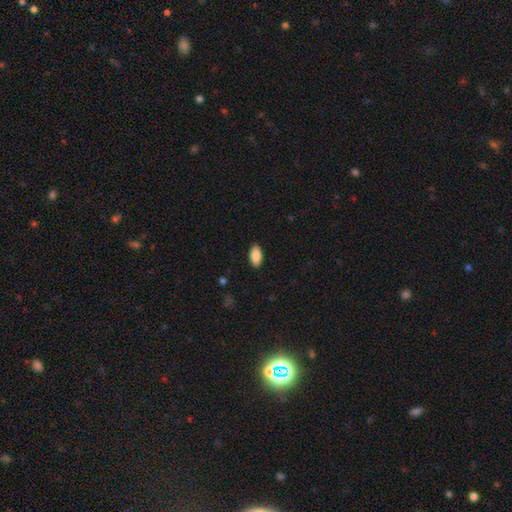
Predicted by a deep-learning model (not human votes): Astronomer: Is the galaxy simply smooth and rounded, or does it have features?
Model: smooth — 87%.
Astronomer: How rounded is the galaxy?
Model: in between — 92%.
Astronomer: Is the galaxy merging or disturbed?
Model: none — 89%.